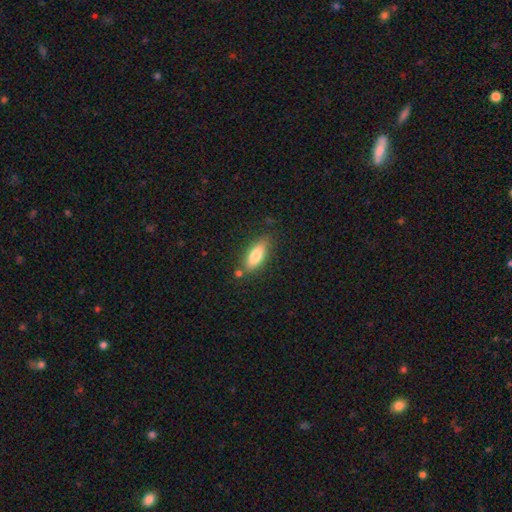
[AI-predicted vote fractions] Overall: smooth (75%). How rounded: in between (65%; cigar-shaped 32%). Merging: none (76%).